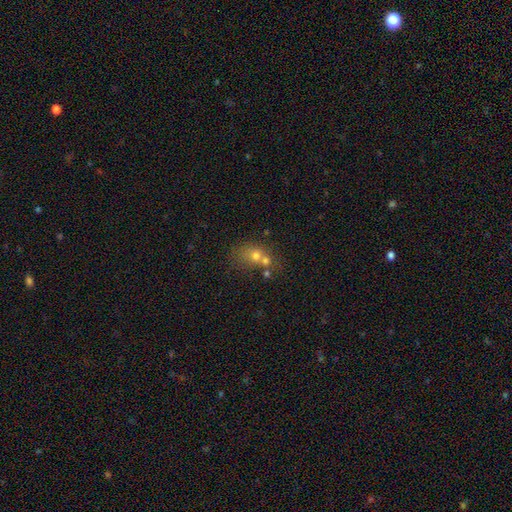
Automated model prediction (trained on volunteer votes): Smooth or featured? smooth (61%)
How rounded? round (61%)
Merging? merger (55%)